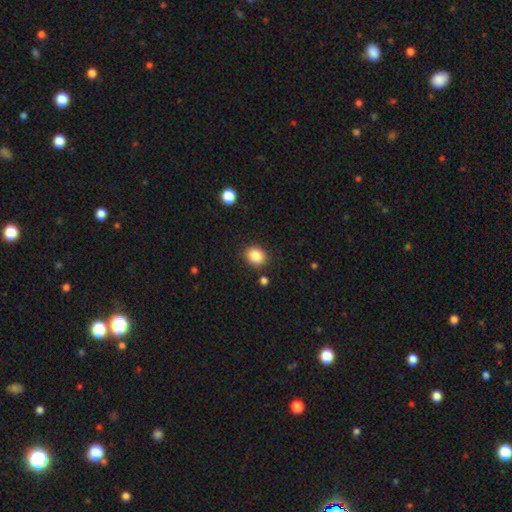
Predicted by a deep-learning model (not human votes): Overall: smooth (87%). How rounded: round (60%; in between 39%). Merging: none (86%).